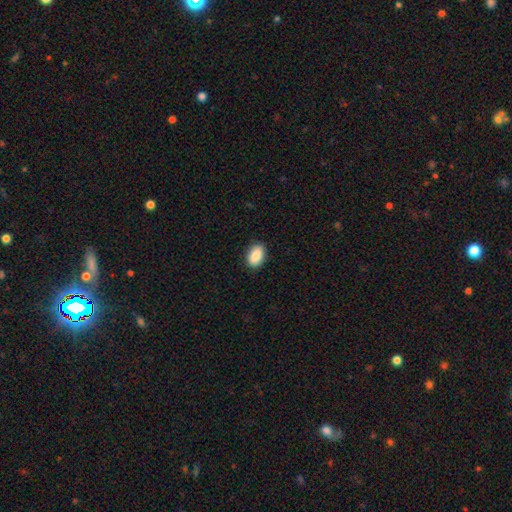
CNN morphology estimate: smooth 89%, star or artifact 7%, featured or disk 5%. Down the decision tree: how rounded — in between (90%); merging — none (88%).